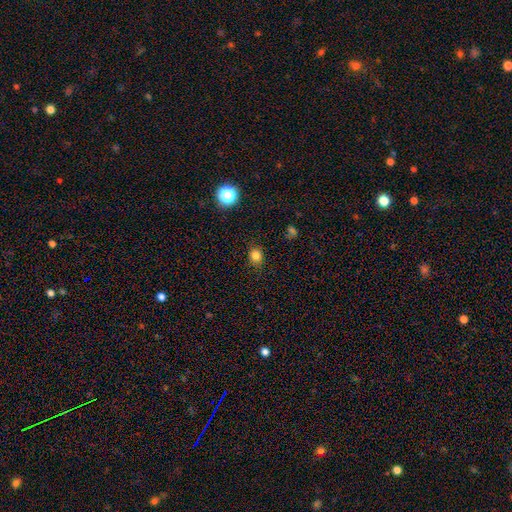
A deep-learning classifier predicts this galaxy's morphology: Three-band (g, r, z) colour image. It shows a smooth galaxy with no disk features (81%) that is round (65%). Merging: none (84%).